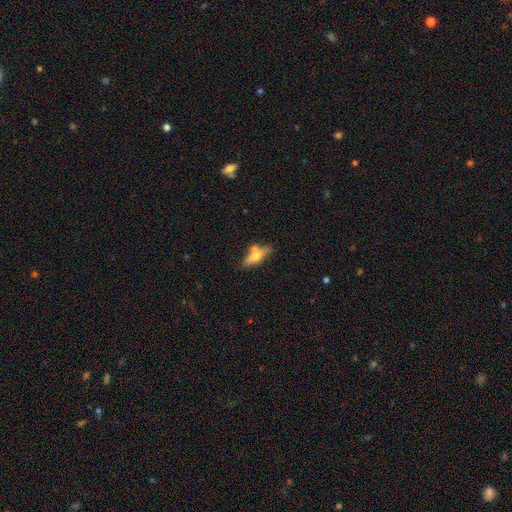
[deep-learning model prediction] smooth 48%, featured or disk 45%, star or artifact 7%. Down the decision tree: merging — none (62%).